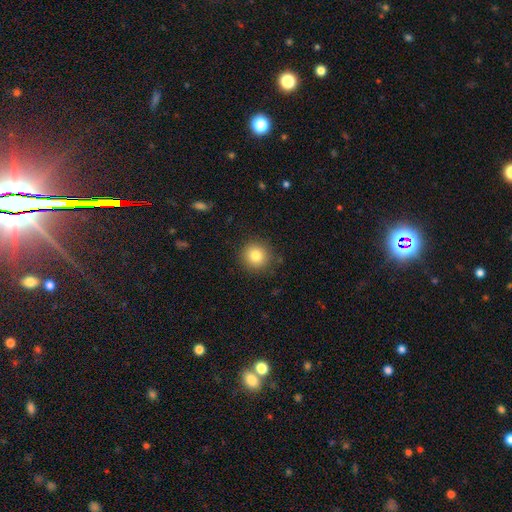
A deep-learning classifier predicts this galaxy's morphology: A smooth galaxy with no disk features (81%) that is round (94%). Merging: none (89%).